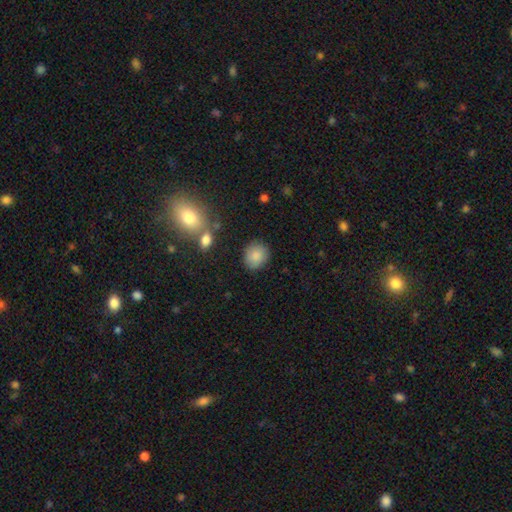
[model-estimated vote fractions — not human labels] A smooth galaxy with no disk features (87%) that is round (70%).

Vote fractions:
- Smooth or featured? smooth: 87% / star or artifact: 8% / featured or disk: 5%
- How rounded? round: 70% / in between: 29% / cigar-shaped: 1%
- Merging? none: 84% / minor disturbance: 10% / major disturbance: 3% / merger: 3%